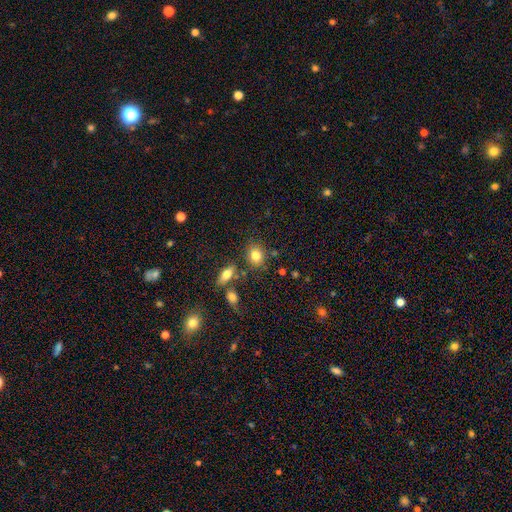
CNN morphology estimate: smooth 81%, star or artifact 10%, featured or disk 9%. Down the decision tree: how rounded — round (50%); merging — none (75%).